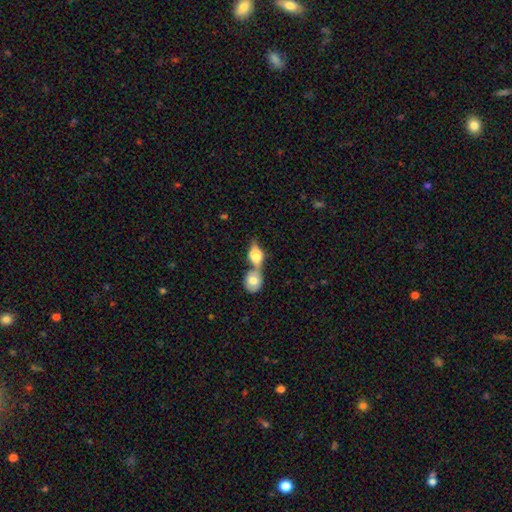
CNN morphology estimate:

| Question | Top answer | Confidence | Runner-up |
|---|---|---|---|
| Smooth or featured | smooth | 58% | featured or disk (34%) |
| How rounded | in between | 54% | round (38%) |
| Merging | merger | 67% | none (20%) |